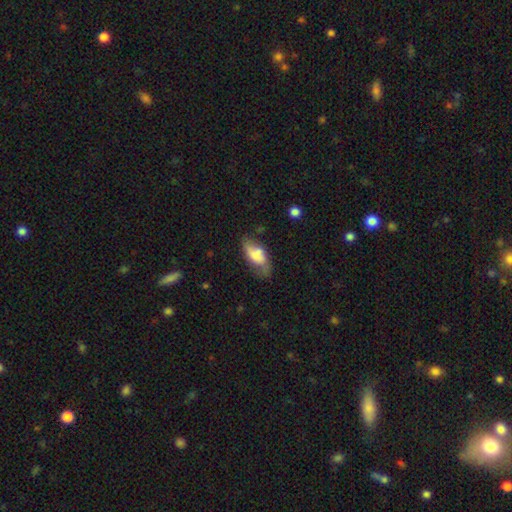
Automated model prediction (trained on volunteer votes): Overall: smooth (62%; featured or disk 30%). How rounded: in between (87%). Merging: none (47%; minor disturbance 32%).